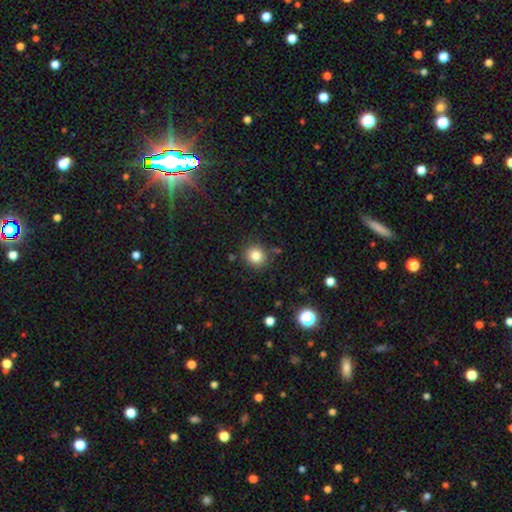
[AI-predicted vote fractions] smooth_or_featured: smooth (p=0.83) [alt: star or artifact p=0.11]
how_rounded: round (p=0.88) [alt: in between p=0.11]
merging: none (p=0.85) [alt: minor disturbance p=0.09]